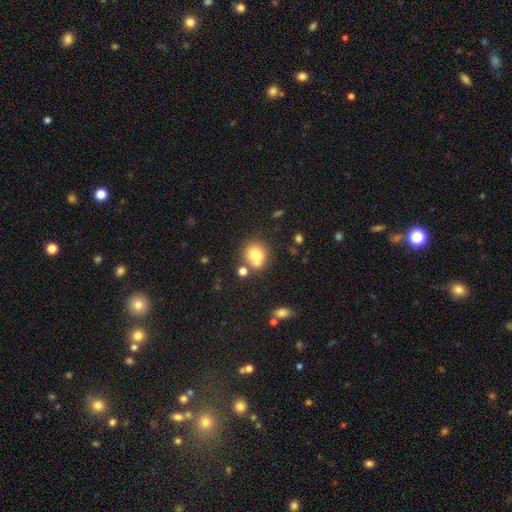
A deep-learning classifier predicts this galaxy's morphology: A smooth galaxy with no disk features (70%) that is round (69%). Merging: none (45%).